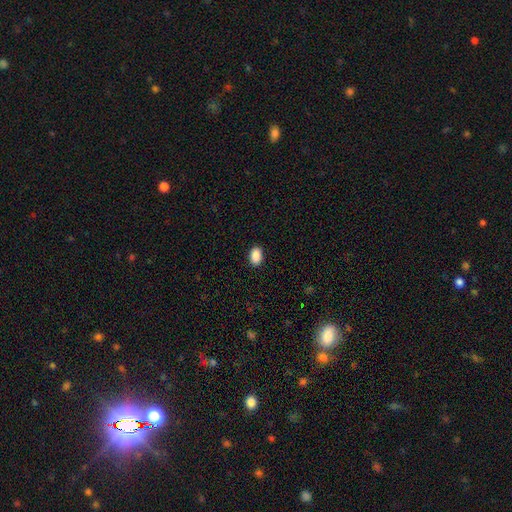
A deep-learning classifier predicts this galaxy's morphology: This appears to be a smooth galaxy with no disk features (90%) that is in between round and cigar-shaped (88%). Merging: none (90%).